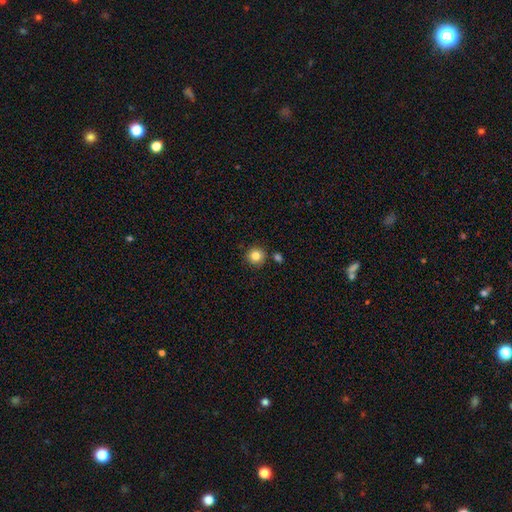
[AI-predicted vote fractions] smooth-or-featured: smooth: 84% | star or artifact: 10% | featured or disk: 6%
  how-rounded: round: 94% | in between: 5% | cigar-shaped: 1%
  merging: none: 86% | minor disturbance: 7% | merger: 6% | major disturbance: 2%